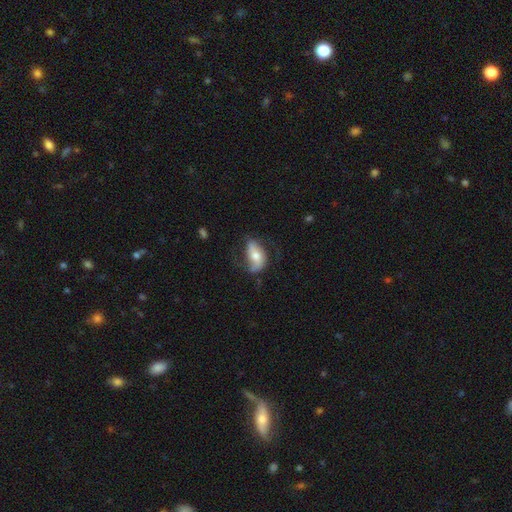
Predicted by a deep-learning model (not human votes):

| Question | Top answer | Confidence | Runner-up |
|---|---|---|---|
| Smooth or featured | featured or disk | 51% | smooth (42%) |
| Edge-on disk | no | 90% | yes (10%) |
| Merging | none | 55% | minor disturbance (28%) |